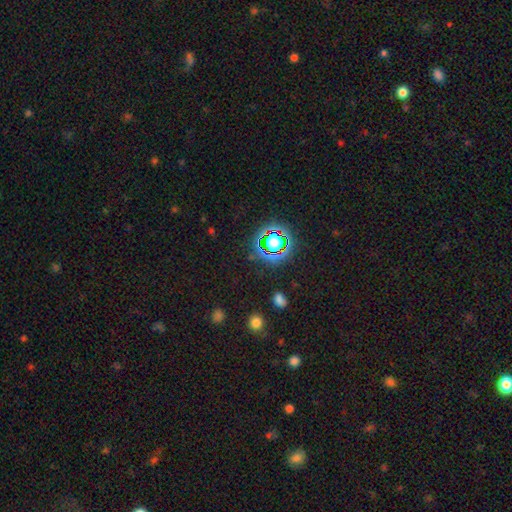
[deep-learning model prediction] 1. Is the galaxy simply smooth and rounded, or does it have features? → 70% star or artifact, 22% smooth, 8% featured or disk.